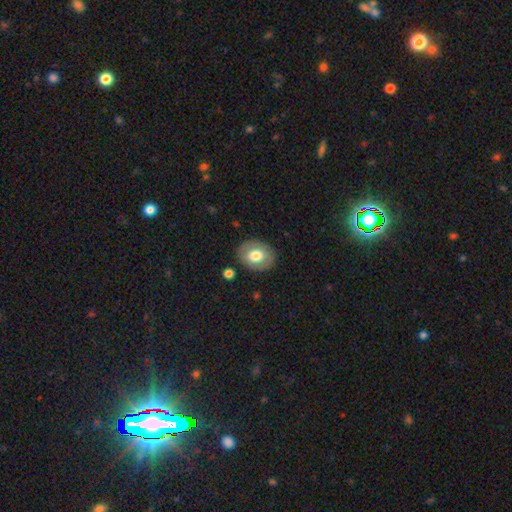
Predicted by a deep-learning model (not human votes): A smooth galaxy with no disk features (66%) that is in between round and cigar-shaped (58%). Merging: none (84%).